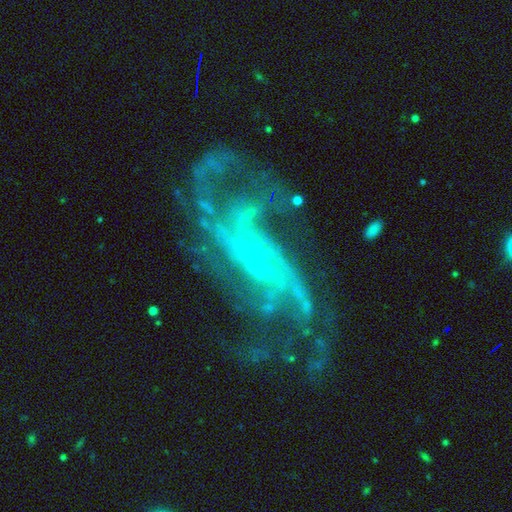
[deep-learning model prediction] Morphology: type=featured or disk (89%); edge-on=no (96%); bar=no (54%); spiral arms=yes (95%); winding=loose (42%); arm count=2 (21%, tied with 3 and can't tell); bulge=small (79%); merging=none (53%).